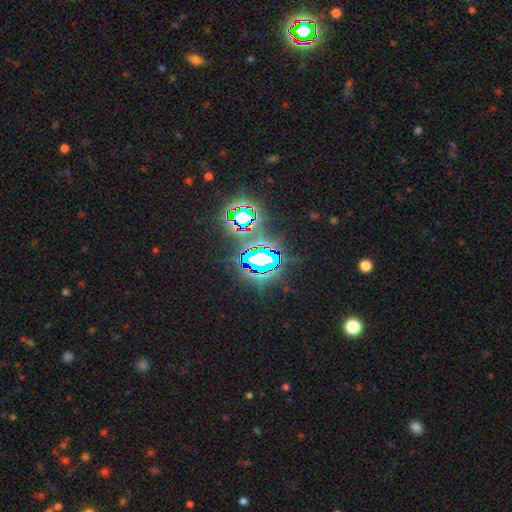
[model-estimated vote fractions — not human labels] Smooth or featured: star or artifact — 80% (smooth — 10%)